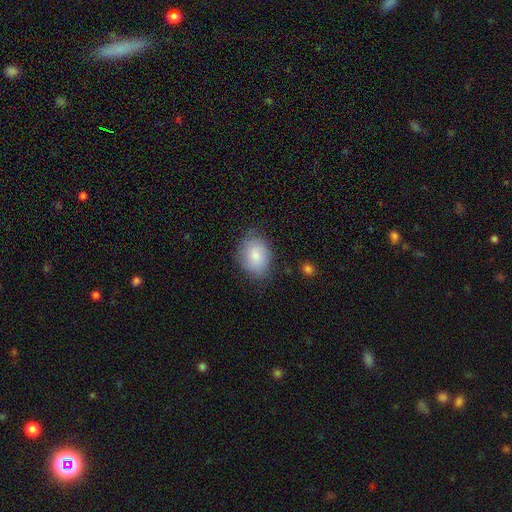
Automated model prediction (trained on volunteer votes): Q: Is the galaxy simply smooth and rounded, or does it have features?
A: smooth — 83%.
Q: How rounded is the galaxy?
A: in between — 66%.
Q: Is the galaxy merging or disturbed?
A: none — 73%.